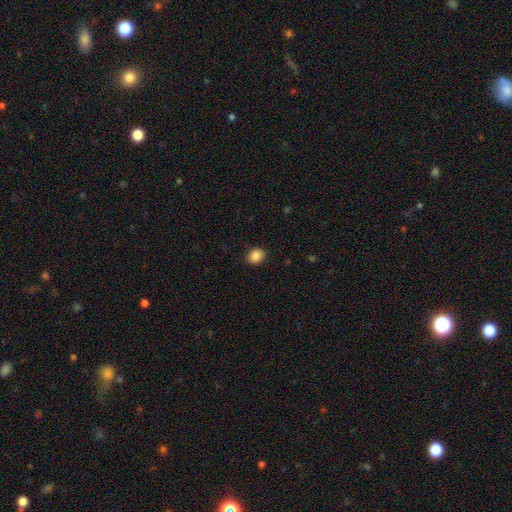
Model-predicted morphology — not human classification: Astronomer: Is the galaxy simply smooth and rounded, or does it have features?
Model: smooth — 88%.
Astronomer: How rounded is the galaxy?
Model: round — 60% (runner-up: in between, 39%).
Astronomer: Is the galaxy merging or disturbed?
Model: none — 91%.